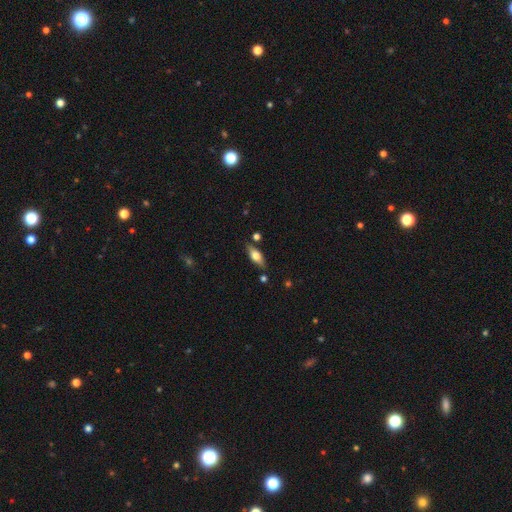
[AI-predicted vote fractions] A smooth galaxy with no disk features (52%) that is in between round and cigar-shaped (67%).

Vote fractions:
- Smooth or featured? smooth: 52% / featured or disk: 42% / star or artifact: 7%
- How rounded? in between: 67% / cigar-shaped: 30% / round: 3%
- Merging? none: 81% / minor disturbance: 12% / merger: 4% / major disturbance: 3%